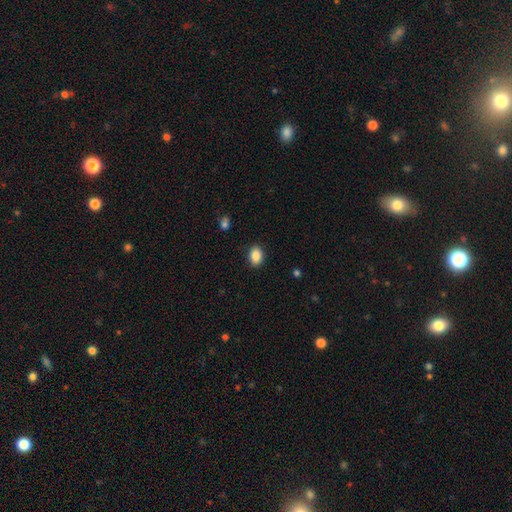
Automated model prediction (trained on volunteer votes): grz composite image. It shows a smooth galaxy with no disk features (88%) that is in between round and cigar-shaped (76%). Merging: none (89%).